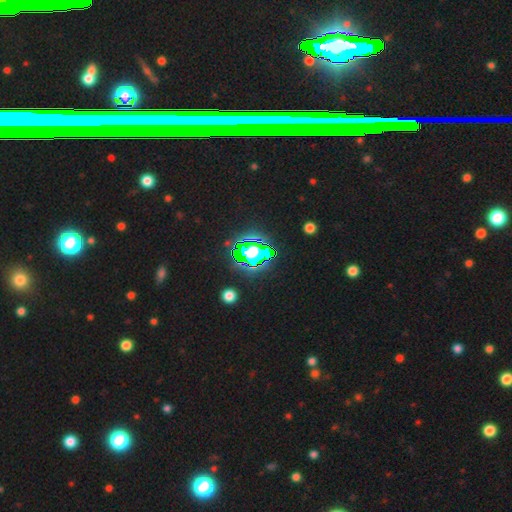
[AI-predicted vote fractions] The model was most divided on "smooth or featured": star or artifact: 65%, smooth: 20%, featured or disk: 15%.